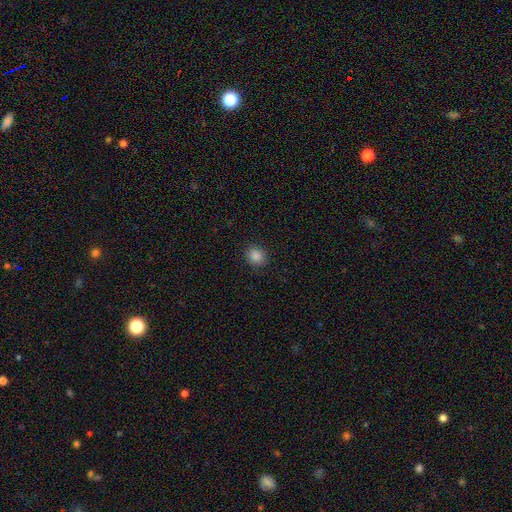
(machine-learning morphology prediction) Smooth or featured?
  - smooth: 86% *
  - star or artifact: 10%
  - featured or disk: 3%
How rounded?
  - round: 76% *
  - in between: 23%
  - cigar-shaped: 1%
Merging?
  - none: 89% *
  - minor disturbance: 8%
  - major disturbance: 2%
  - merger: 1%